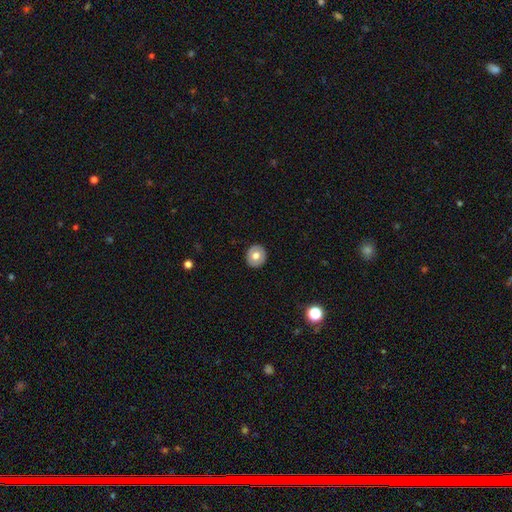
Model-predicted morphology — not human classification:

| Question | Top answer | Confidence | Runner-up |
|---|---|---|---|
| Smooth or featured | smooth | 67% | featured or disk (26%) |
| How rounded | round | 87% | in between (12%) |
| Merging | none | 91% | minor disturbance (6%) |